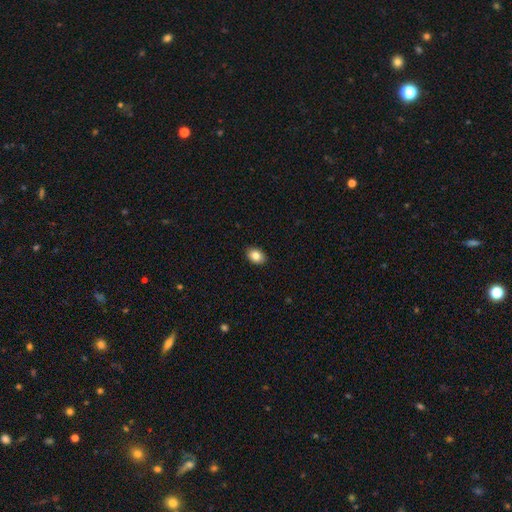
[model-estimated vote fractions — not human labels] The model was most divided on "how rounded": in between: 77%, round: 22%, cigar-shaped: 1%. More confident: merging — none (89%); smooth or featured — smooth (85%).